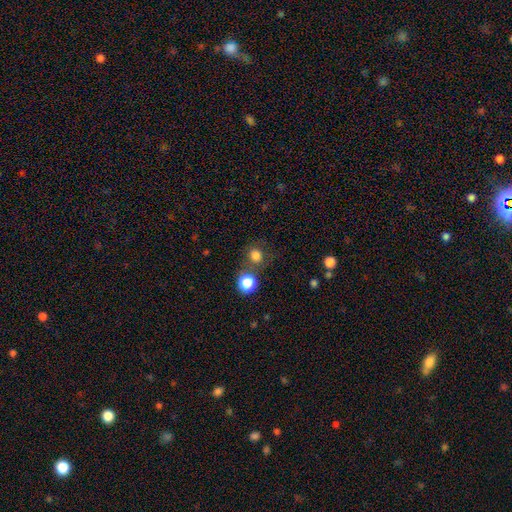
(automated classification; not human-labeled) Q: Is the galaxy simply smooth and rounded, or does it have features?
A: smooth — 79%.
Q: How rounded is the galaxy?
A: round — 84%.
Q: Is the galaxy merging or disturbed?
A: none — 67%.